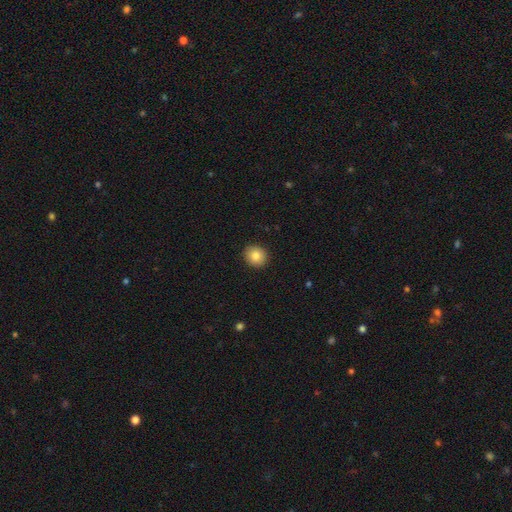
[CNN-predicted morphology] Overall: smooth (84%). How rounded: round (80%). Merging: none (92%).